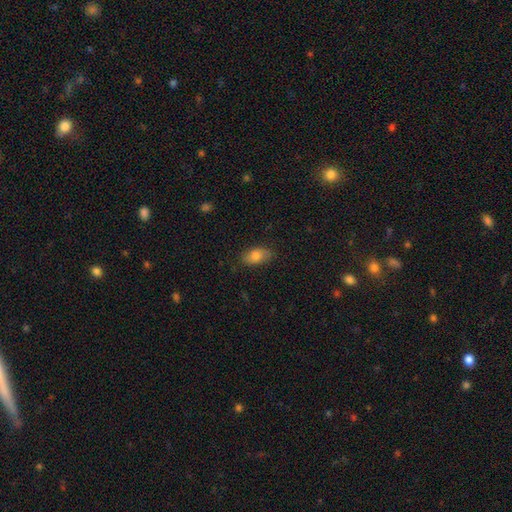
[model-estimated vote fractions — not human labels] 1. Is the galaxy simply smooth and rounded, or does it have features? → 79% smooth, 13% featured or disk, 8% star or artifact.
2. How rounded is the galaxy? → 92% in between, 6% round, 3% cigar-shaped.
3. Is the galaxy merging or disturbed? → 83% none, 13% minor disturbance, 3% major disturbance, 1% merger.